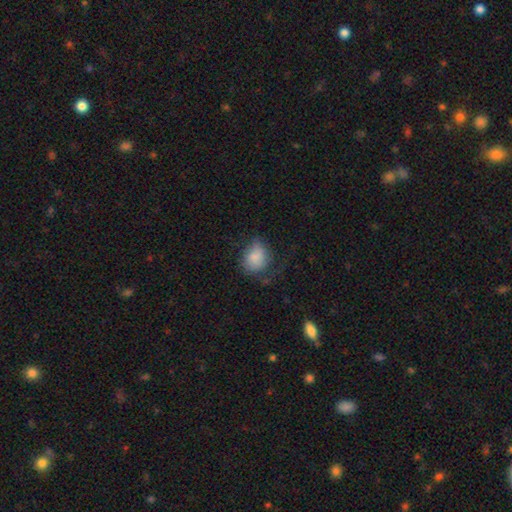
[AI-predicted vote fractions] Overall: smooth (79%). How rounded: round (52%; in between 47%). Merging: none (48%; minor disturbance 30%).